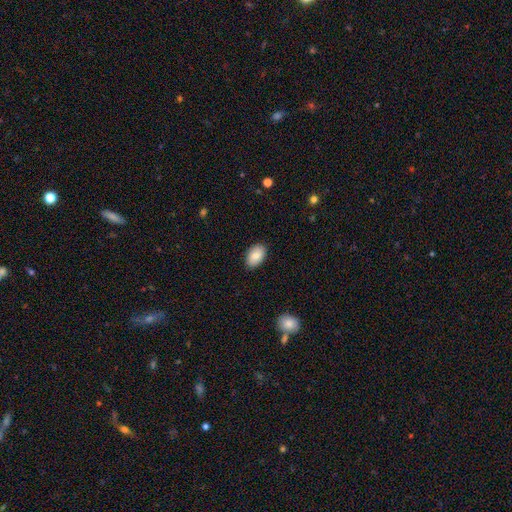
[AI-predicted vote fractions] This appears to be a smooth galaxy with no disk features (85%) that is in between round and cigar-shaped (91%). Merging: none (87%).